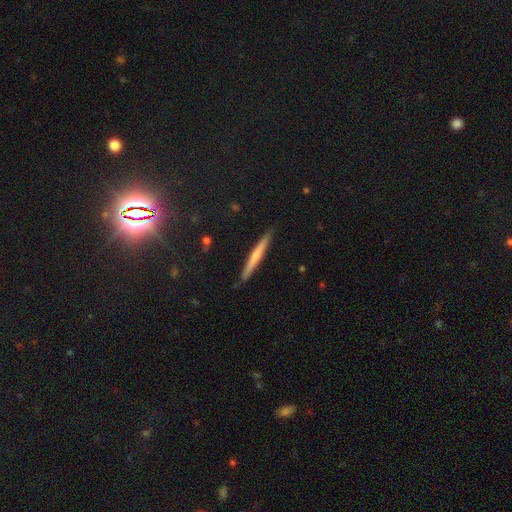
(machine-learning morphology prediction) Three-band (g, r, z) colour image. It shows a smooth galaxy with no disk features (51%) that is cigar-shaped (96%). Merging: none (90%).